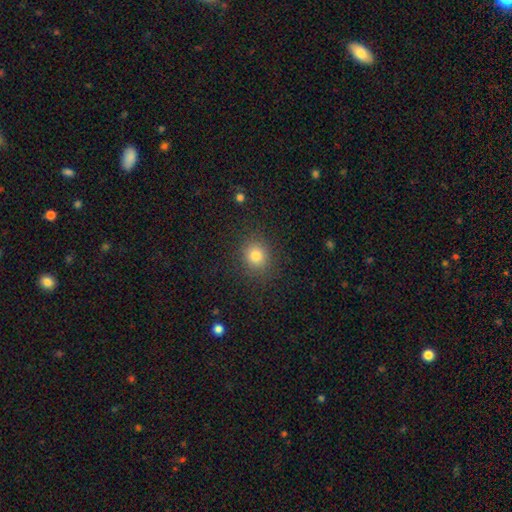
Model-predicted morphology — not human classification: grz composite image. It shows a smooth galaxy with no disk features (81%) that is round (78%). Merging: none (86%).